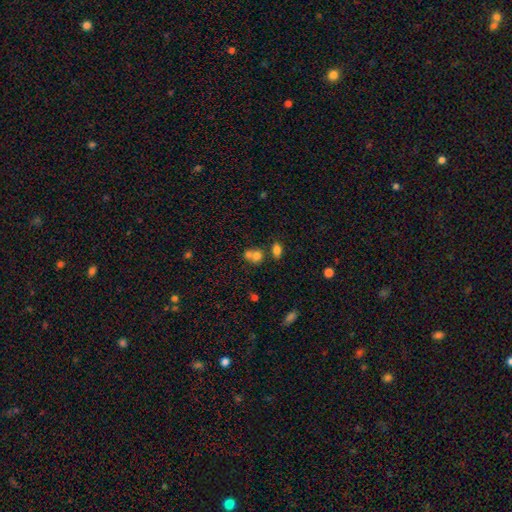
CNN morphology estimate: Q: Smooth or featured?
A: smooth (74%); runner-up: featured or disk (14%)
Q: How rounded?
A: round (52%); runner-up: in between (47%)
Q: Merging?
A: merger (55%); runner-up: none (33%)